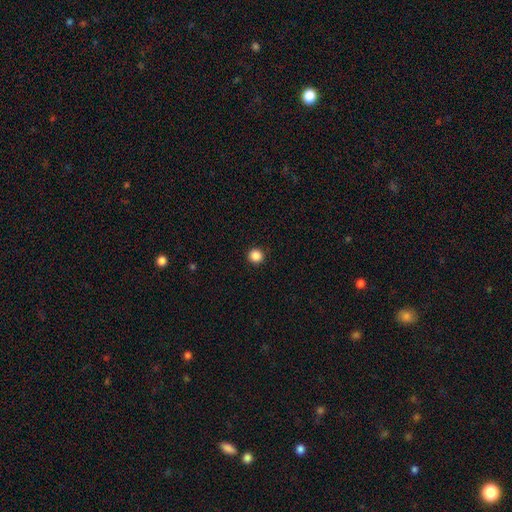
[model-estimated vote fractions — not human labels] This appears to be a smooth galaxy with no disk features (86%) that is round (96%). Merging: none (93%).